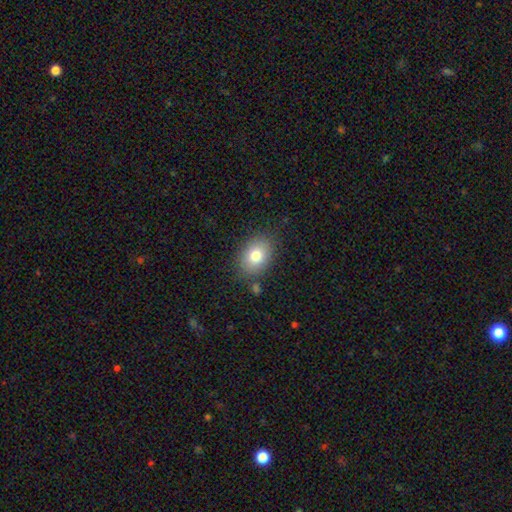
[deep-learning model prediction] Overall: smooth (78%). How rounded: in between (70%). Merging: none (81%).